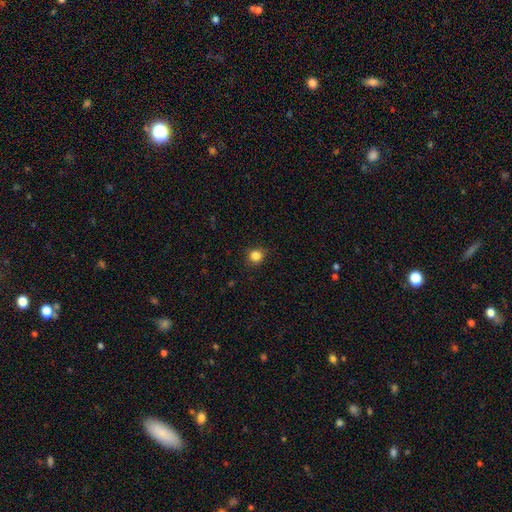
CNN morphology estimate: A smooth galaxy with no disk features (84%) that is round (89%).

Vote fractions:
- Smooth or featured? smooth: 84% / star or artifact: 12% / featured or disk: 4%
- How rounded? round: 89% / in between: 10% / cigar-shaped: 1%
- Merging? none: 88% / minor disturbance: 9% / major disturbance: 2% / merger: 1%